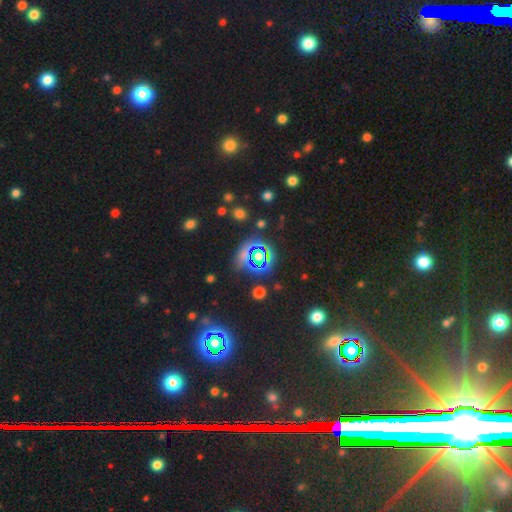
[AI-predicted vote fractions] Q: Smooth or featured?
A: star or artifact (62%); runner-up: smooth (25%)